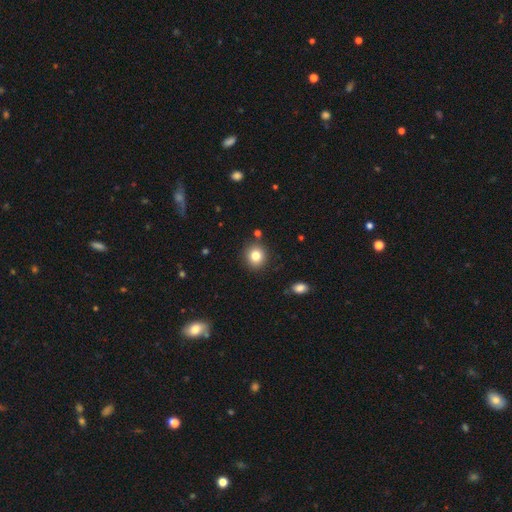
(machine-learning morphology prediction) smooth-or-featured: smooth: 82% | star or artifact: 11% | featured or disk: 7%
  how-rounded: round: 85% | in between: 14% | cigar-shaped: 1%
  merging: none: 87% | minor disturbance: 7% | merger: 3% | major disturbance: 2%